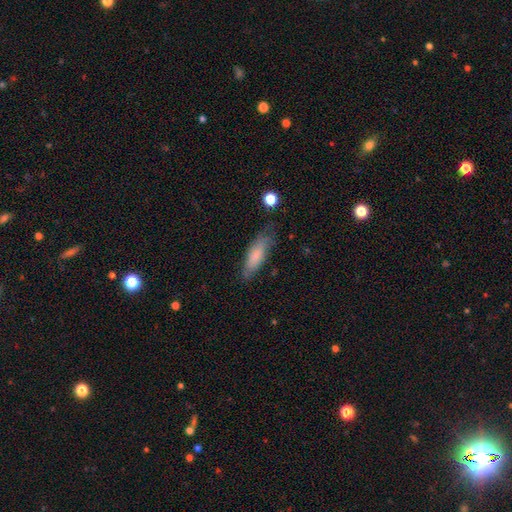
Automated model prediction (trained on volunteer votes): Q: Smooth or featured?
A: smooth (73%); runner-up: featured or disk (20%)
Q: How rounded?
A: in between (53%); runner-up: cigar-shaped (45%)
Q: Merging?
A: none (66%); runner-up: minor disturbance (25%)